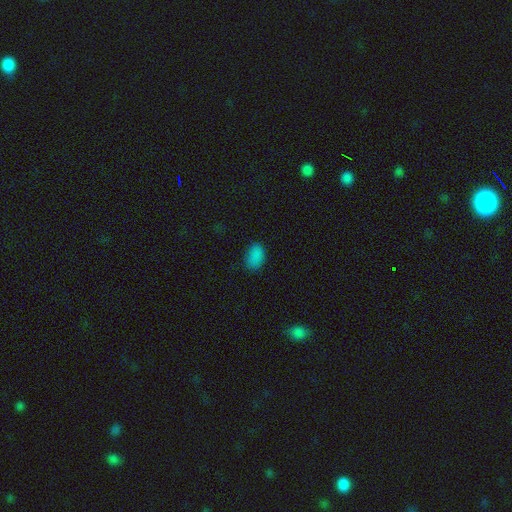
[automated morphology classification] smooth-or-featured: smooth: 84% | star or artifact: 13% | featured or disk: 4%
  how-rounded: in between: 90% | round: 9% | cigar-shaped: 1%
  merging: none: 79% | minor disturbance: 16% | major disturbance: 4% | merger: 1%